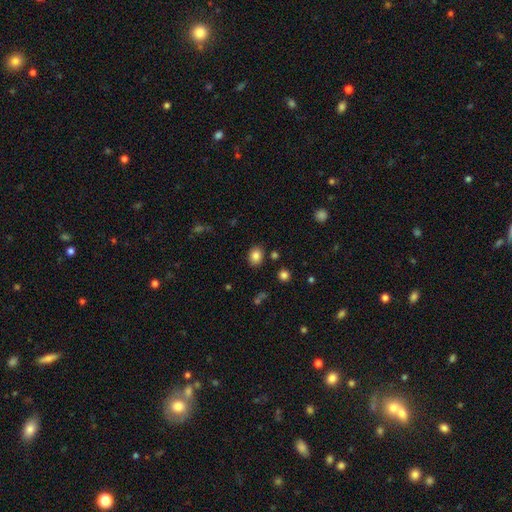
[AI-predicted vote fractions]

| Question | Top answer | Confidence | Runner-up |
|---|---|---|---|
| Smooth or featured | smooth | 83% | star or artifact (10%) |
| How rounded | in between | 53% | round (46%) |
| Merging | none | 85% | minor disturbance (10%) |